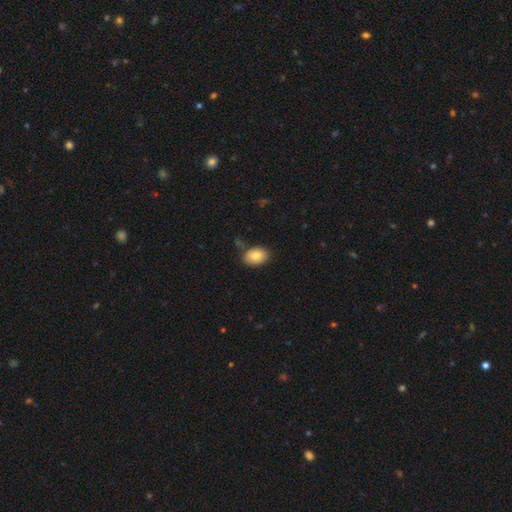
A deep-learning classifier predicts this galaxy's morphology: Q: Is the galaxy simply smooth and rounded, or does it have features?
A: smooth — 82%.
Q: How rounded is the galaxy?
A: in between — 81%.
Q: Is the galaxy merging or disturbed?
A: none — 75%.